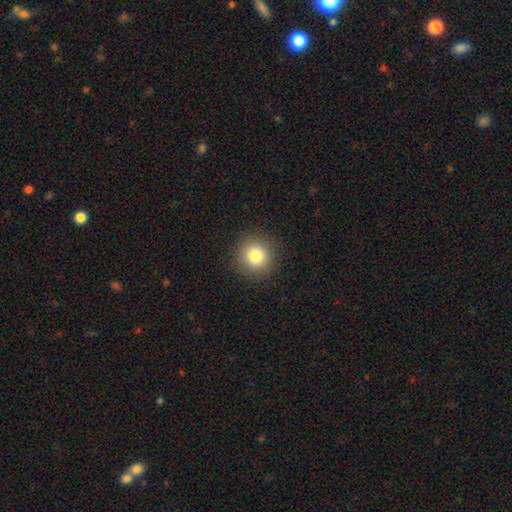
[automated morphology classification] smooth 82%, star or artifact 11%, featured or disk 7%. Down the decision tree: how rounded — round (94%); merging — none (92%).